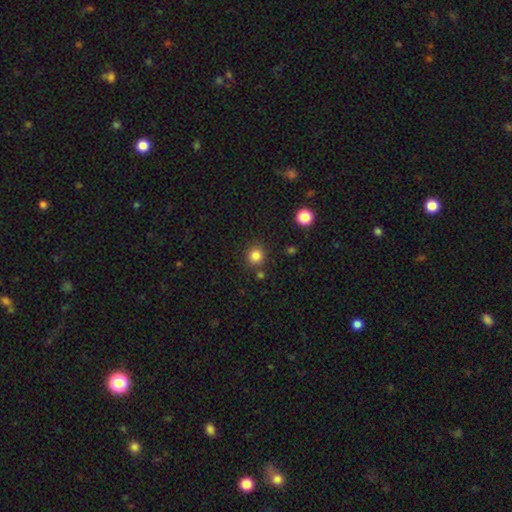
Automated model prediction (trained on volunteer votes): The model was most divided on "smooth or featured": smooth: 84%, star or artifact: 12%, featured or disk: 4%. More confident: how rounded — round (90%); merging — none (83%).